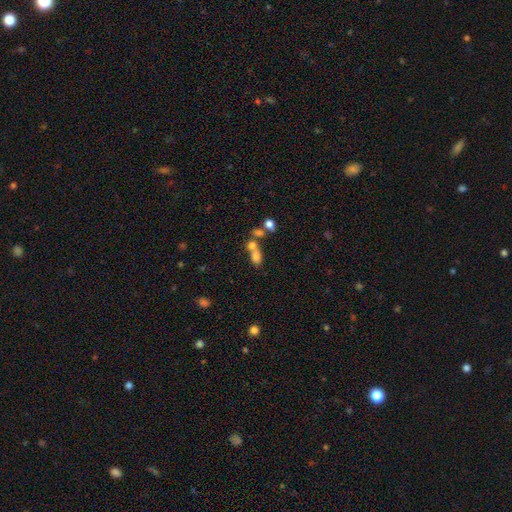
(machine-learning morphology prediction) A smooth galaxy with no disk features (71%) that is in between round and cigar-shaped (69%).

Vote fractions:
- Smooth or featured? smooth: 71% / featured or disk: 15% / star or artifact: 14%
- How rounded? in between: 69% / round: 27% / cigar-shaped: 4%
- Merging? merger: 57% / none: 29% / minor disturbance: 8% / major disturbance: 6%